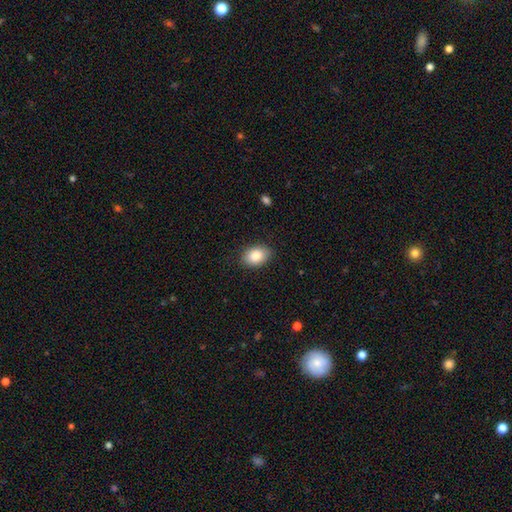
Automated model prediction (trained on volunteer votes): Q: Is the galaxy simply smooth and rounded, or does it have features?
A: smooth — 86%.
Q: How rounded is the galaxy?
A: in between — 84%.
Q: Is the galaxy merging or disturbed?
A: none — 86%.